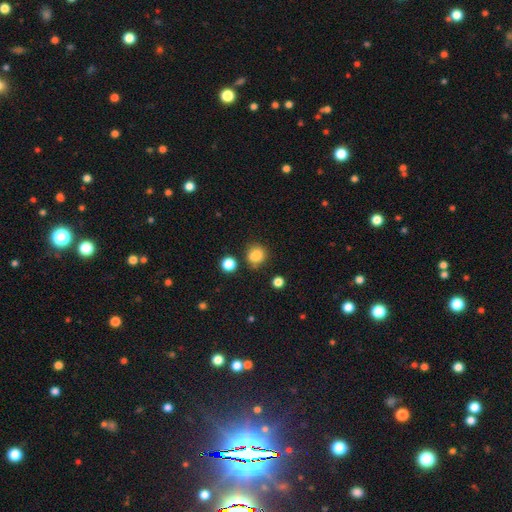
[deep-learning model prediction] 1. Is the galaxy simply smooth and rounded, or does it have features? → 84% smooth, 12% star or artifact, 4% featured or disk.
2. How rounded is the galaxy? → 74% round, 25% in between, 1% cigar-shaped.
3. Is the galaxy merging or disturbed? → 75% none, 14% minor disturbance, 6% merger, 4% major disturbance.